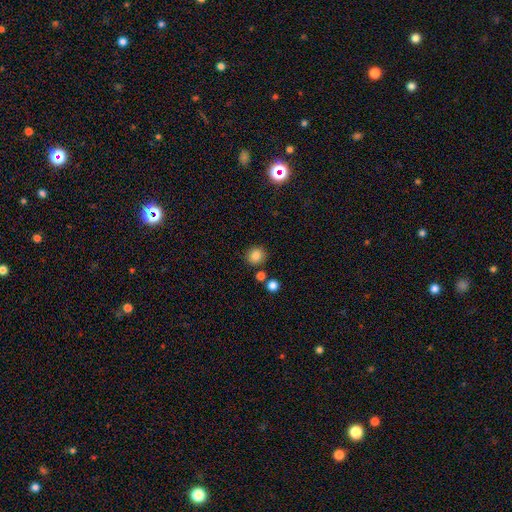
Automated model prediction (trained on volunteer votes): Smooth or featured?
  - smooth: 84% *
  - star or artifact: 11%
  - featured or disk: 5%
How rounded?
  - round: 87% *
  - in between: 12%
  - cigar-shaped: 1%
Merging?
  - none: 82% *
  - minor disturbance: 9%
  - merger: 7%
  - major disturbance: 3%